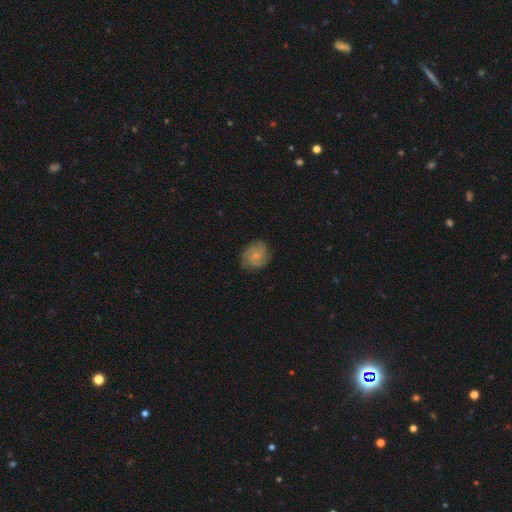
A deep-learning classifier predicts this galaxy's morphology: A featured or disk galaxy (66%) with no bar (74%), 3 (32%) tight (55%) spiral arms (93%) and a small central bulge (69%).

Vote fractions:
- Smooth or featured? featured or disk: 66% / smooth: 27% / star or artifact: 7%
- Edge-on disk? no: 98% / yes: 2%
- Bar? no: 74% / weak: 23% / strong: 3%
- Spiral arms? yes: 93% / no: 7%
- Spiral winding? tight: 55% / medium: 36% / loose: 9%
- Spiral arm count? 3: 32% / 2: 27% / can't tell: 24% / 4: 8% / 1: 5% / more than 4: 5%
- Bulge size? small: 69% / moderate: 21% / none: 7% / large: 1% / dominant: 1%
- Merging? none: 77% / minor disturbance: 17% / major disturbance: 5% / merger: 1%